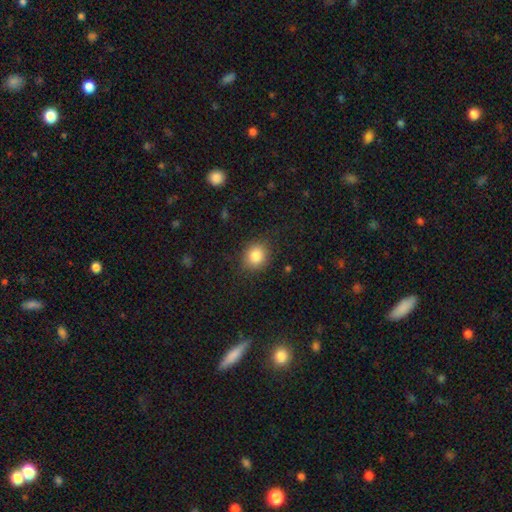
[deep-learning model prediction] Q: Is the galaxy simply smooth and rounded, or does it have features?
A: smooth — 84%.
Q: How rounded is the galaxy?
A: round — 67%.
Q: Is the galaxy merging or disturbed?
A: none — 84%.